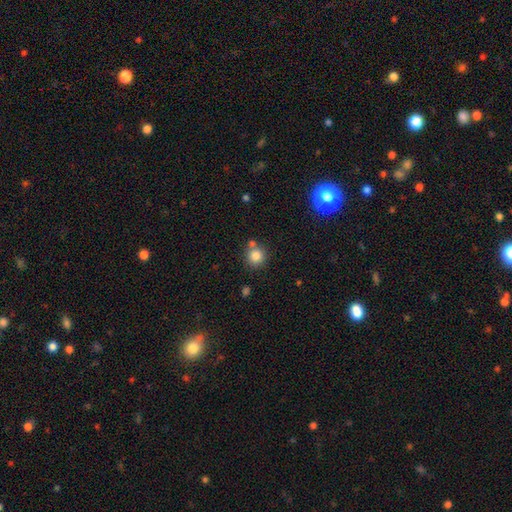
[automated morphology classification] Q: Smooth or featured?
A: smooth (83%); runner-up: star or artifact (11%)
Q: How rounded?
A: round (91%); runner-up: in between (8%)
Q: Merging?
A: none (70%); runner-up: merger (17%)